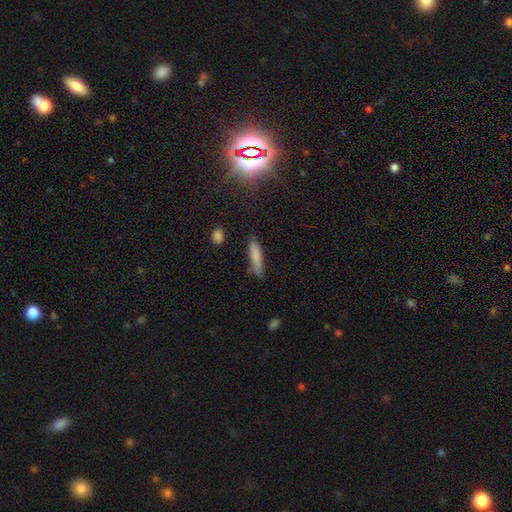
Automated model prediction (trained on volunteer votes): The model was most divided on "merging": none: 76%, minor disturbance: 18%, major disturbance: 4%, merger: 3%. More confident: how rounded — cigar-shaped (80%); smooth or featured — smooth (78%).